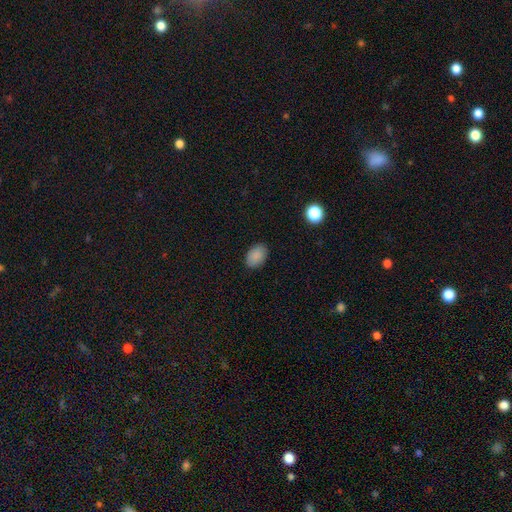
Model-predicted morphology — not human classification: Overall: smooth (88%). How rounded: in between (85%). Merging: none (88%).